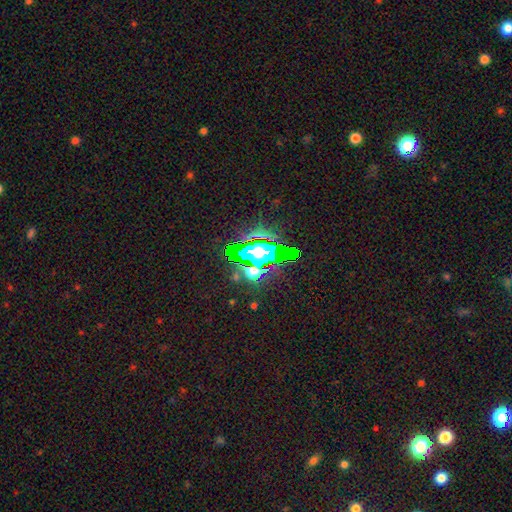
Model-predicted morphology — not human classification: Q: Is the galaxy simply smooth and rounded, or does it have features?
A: star or artifact — 78%.